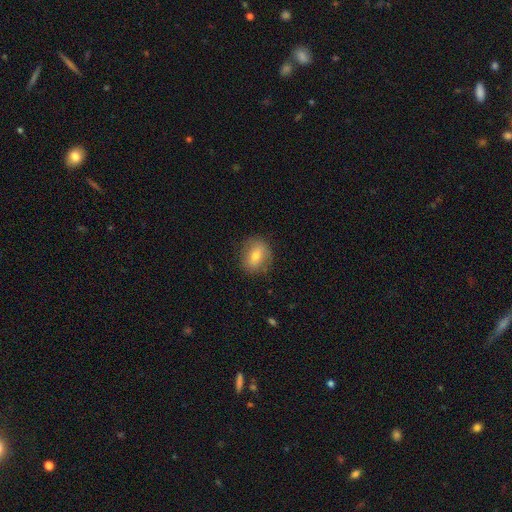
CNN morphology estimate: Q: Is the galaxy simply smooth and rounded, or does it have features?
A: smooth — 63%.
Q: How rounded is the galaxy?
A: in between — 50%.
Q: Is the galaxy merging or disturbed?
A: none — 78%.